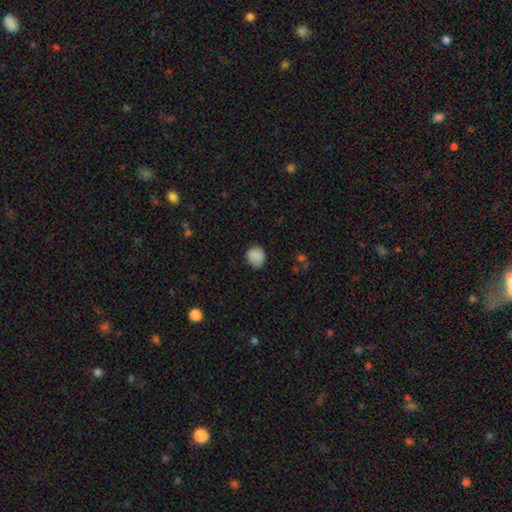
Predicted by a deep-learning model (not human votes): This appears to be a smooth galaxy with no disk features (87%) that is round (79%). Merging: none (80%).